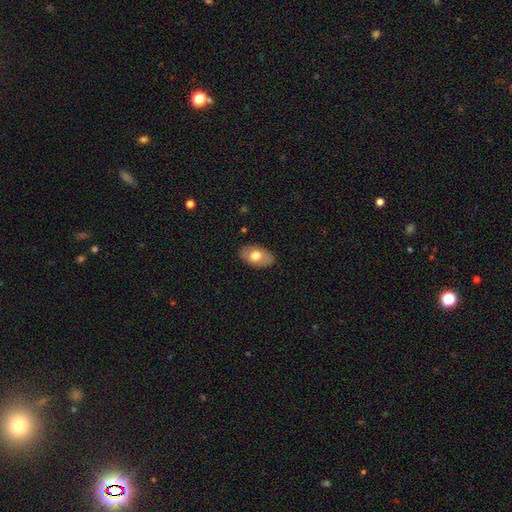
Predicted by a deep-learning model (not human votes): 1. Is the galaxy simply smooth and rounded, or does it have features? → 66% smooth, 28% featured or disk, 6% star or artifact.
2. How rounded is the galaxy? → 91% in between, 8% round, 1% cigar-shaped.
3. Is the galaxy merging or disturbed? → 86% none, 11% minor disturbance, 2% major disturbance, 1% merger.